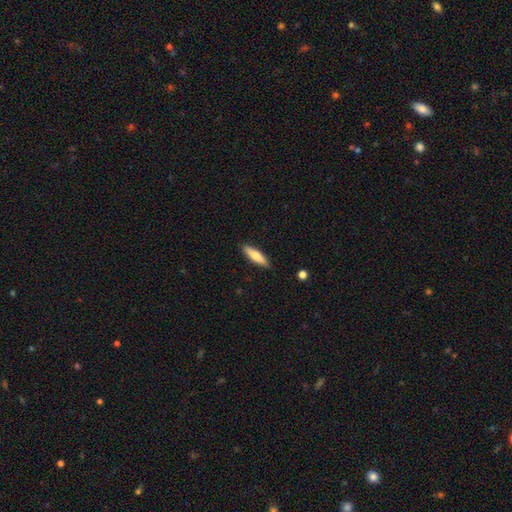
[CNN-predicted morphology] type=smooth (73%); roundness=cigar-shaped (69%); merging=none (88%).